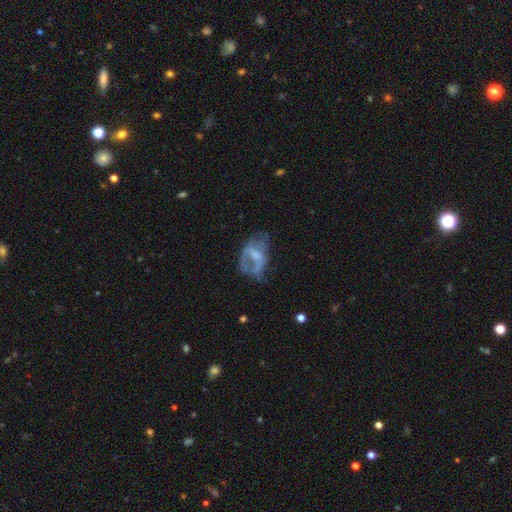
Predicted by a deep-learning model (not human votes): A featured or disk galaxy (56%) with no bar (57%), no spiral arms (69%) and no central bulge (35%).

Vote fractions:
- Smooth or featured? featured or disk: 56% / smooth: 33% / star or artifact: 11%
- Edge-on disk? no: 96% / yes: 4%
- Bar? no: 57% / weak: 33% / strong: 10%
- Spiral arms? no: 69% / yes: 31%
- Bulge size? none: 35% / moderate: 31% / small: 26% / large: 7% / dominant: 1%
- Merging? major disturbance: 39% / none: 34% / minor disturbance: 23% / merger: 4%